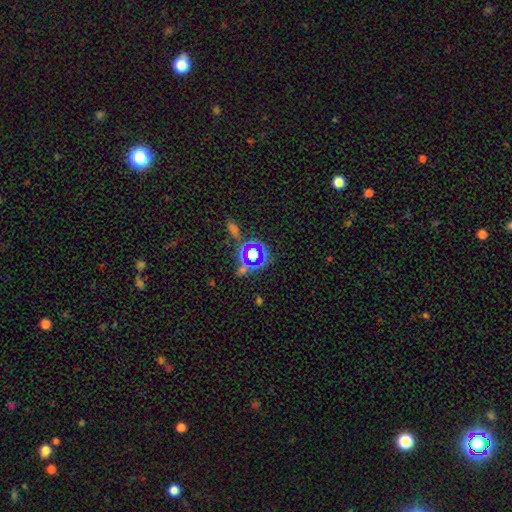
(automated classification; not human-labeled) Q: Smooth or featured?
A: star or artifact (66%); runner-up: smooth (24%)